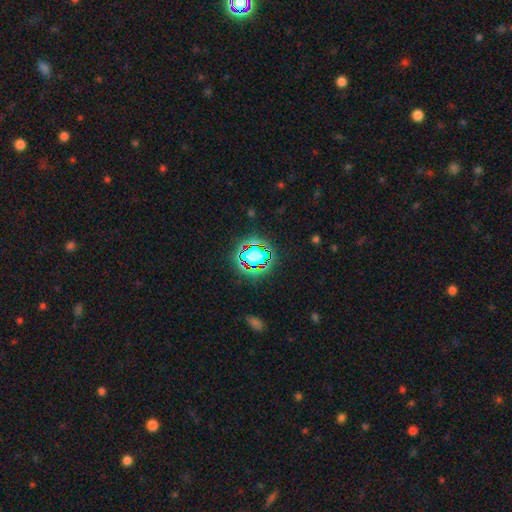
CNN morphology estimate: A star or artifact, not a galaxy (60%).

Vote fractions:
- Smooth or featured? star or artifact: 60% / smooth: 27% / featured or disk: 13%